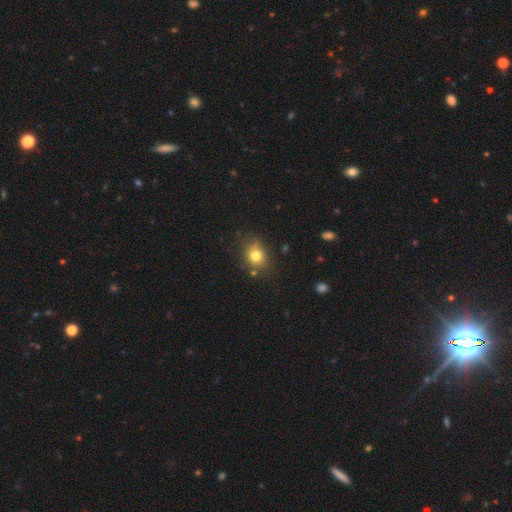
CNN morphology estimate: The model was most divided on "how rounded": round: 61%, in between: 38%, cigar-shaped: 1%. More confident: smooth or featured — smooth (78%); merging — none (64%).